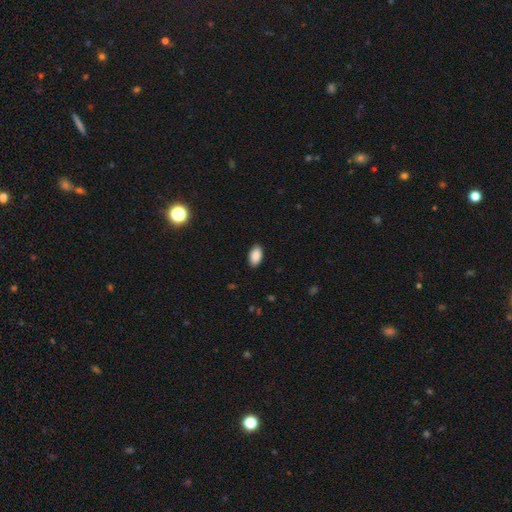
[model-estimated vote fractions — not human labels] smooth-or-featured: smooth: 89% | star or artifact: 7% | featured or disk: 4%
  how-rounded: in between: 95% | round: 4% | cigar-shaped: 2%
  merging: none: 89% | minor disturbance: 8% | major disturbance: 2% | merger: 1%